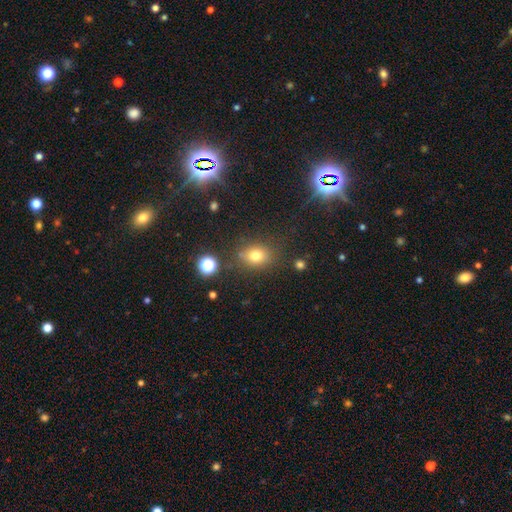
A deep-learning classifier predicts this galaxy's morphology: Overall: smooth (75%). How rounded: round (54%; in between 45%). Merging: none (76%).